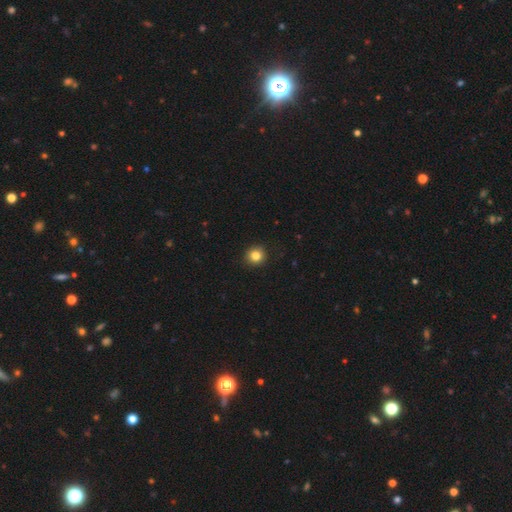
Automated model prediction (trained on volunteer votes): Smooth or featured?
  - smooth: 84% *
  - star or artifact: 11%
  - featured or disk: 5%
How rounded?
  - round: 90% *
  - in between: 9%
  - cigar-shaped: 1%
Merging?
  - none: 91% *
  - minor disturbance: 6%
  - major disturbance: 2%
  - merger: 1%